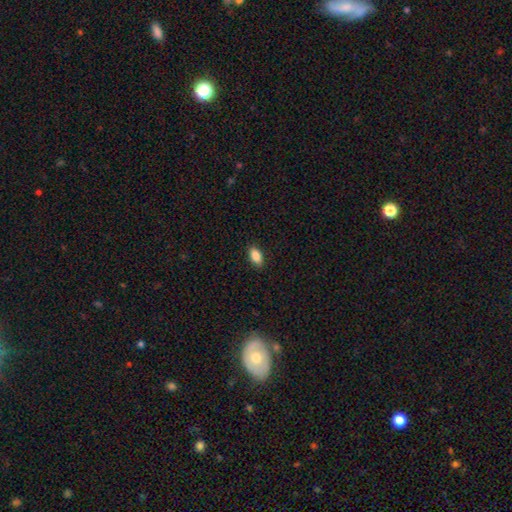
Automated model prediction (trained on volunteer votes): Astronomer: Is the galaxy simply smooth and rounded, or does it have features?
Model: smooth — 87%.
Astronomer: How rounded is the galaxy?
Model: in between — 90%.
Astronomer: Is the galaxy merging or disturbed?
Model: none — 89%.